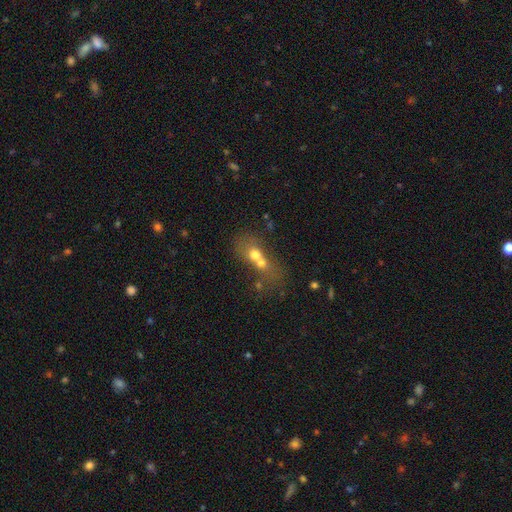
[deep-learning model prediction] Smooth or featured?
  - smooth: 56% *
  - featured or disk: 30%
  - star or artifact: 14%
How rounded?
  - round: 52% *
  - in between: 42%
  - cigar-shaped: 6%
Merging?
  - merger: 71% *
  - none: 16%
  - major disturbance: 7%
  - minor disturbance: 6%